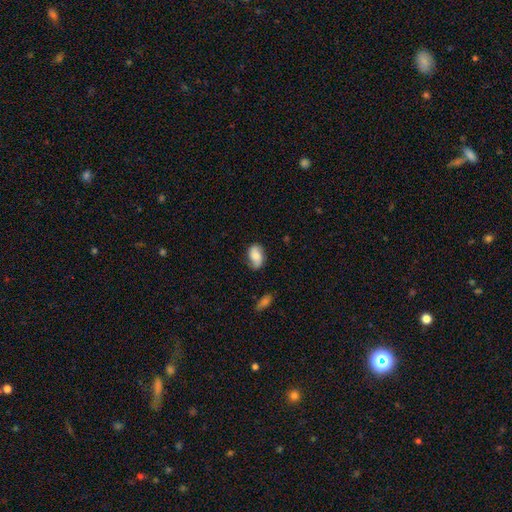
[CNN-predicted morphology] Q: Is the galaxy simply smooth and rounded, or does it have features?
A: smooth — 70%.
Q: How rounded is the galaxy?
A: in between — 90%.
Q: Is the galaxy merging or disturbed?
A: none — 69%.